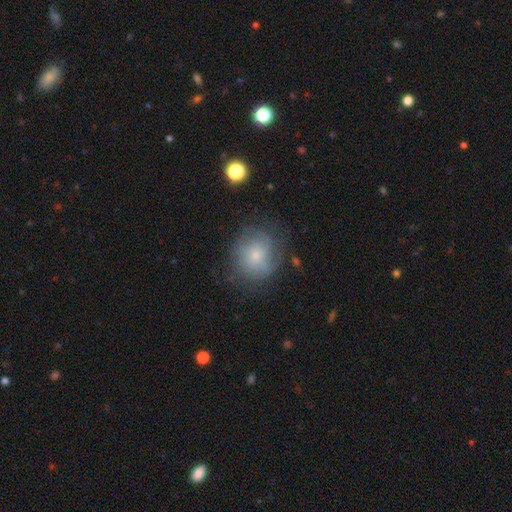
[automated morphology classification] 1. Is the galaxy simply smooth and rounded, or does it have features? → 52% smooth, 38% featured or disk, 10% star or artifact.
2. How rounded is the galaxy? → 77% round, 22% in between, 1% cigar-shaped.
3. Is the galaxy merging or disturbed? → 65% none, 22% minor disturbance, 12% major disturbance, 2% merger.